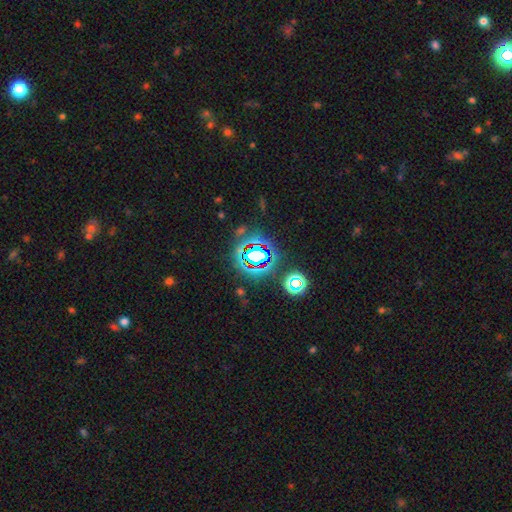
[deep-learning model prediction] Smooth or featured? star or artifact (68%)